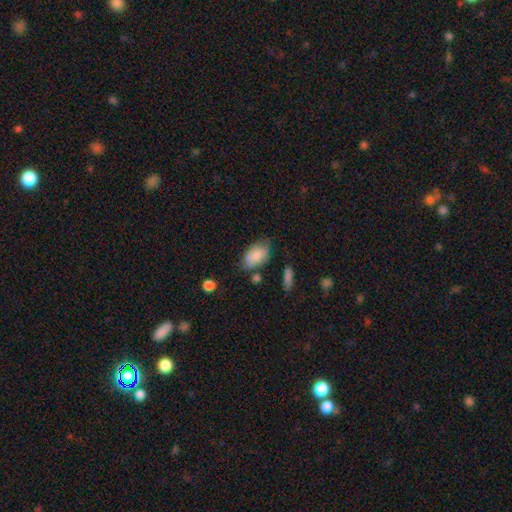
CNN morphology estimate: Smooth or featured: smooth — 82% (featured or disk — 11%)
How rounded: in between — 92% (round — 6%)
Merging: none — 63% (minor disturbance — 25%)